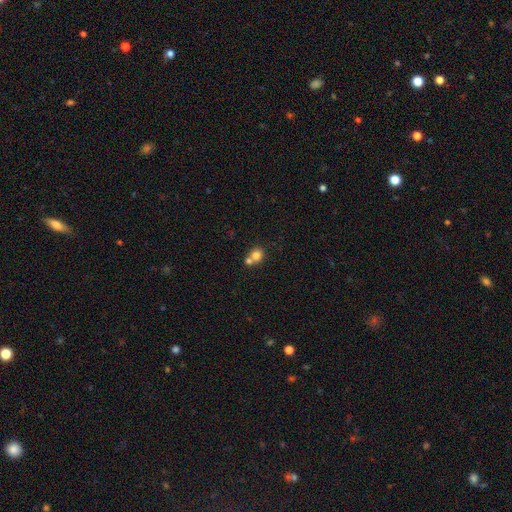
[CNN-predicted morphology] smooth 78%, featured or disk 11%, star or artifact 10%. Down the decision tree: how rounded — round (80%); merging — merger (53%).